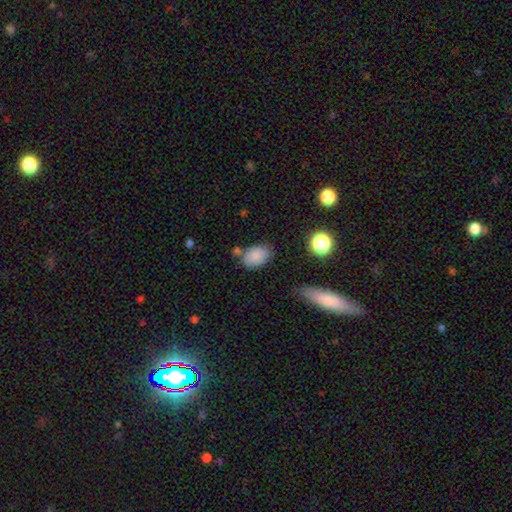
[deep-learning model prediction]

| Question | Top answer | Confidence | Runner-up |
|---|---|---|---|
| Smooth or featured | smooth | 85% | star or artifact (9%) |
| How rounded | in between | 87% | round (12%) |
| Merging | none | 71% | minor disturbance (16%) |